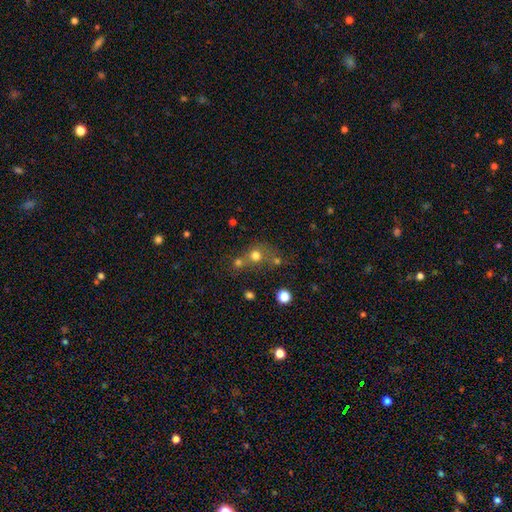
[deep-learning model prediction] This appears to be a smooth galaxy with no disk features (67%) that is round (81%). Merging: merger (43%).